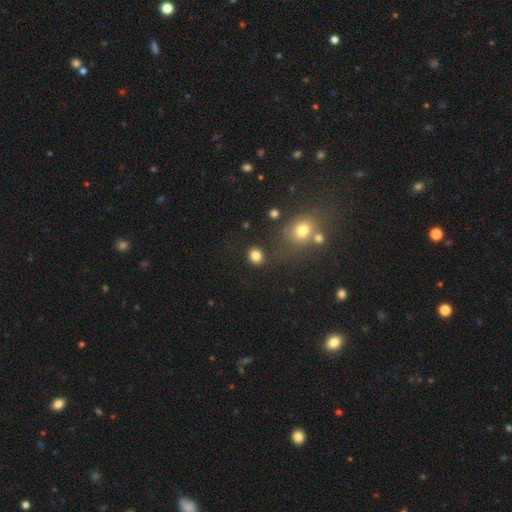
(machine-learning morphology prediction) smooth_or_featured: smooth (p=0.83) [alt: star or artifact p=0.12]
how_rounded: round (p=0.68) [alt: in between p=0.31]
merging: none (p=0.81) [alt: minor disturbance p=0.10]